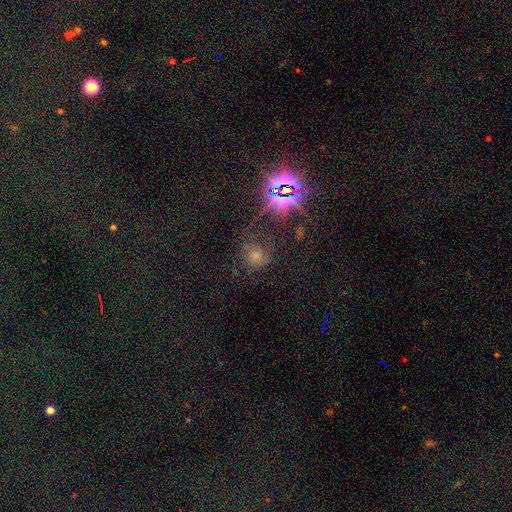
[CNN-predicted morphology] Smooth or featured? smooth (48%)
Merging? none (57%)